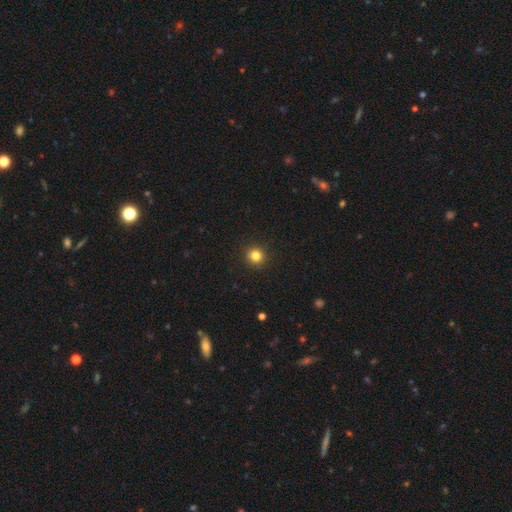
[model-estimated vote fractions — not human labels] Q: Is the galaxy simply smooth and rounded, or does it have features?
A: smooth — 83%.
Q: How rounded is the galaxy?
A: round — 92%.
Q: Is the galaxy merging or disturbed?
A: none — 93%.